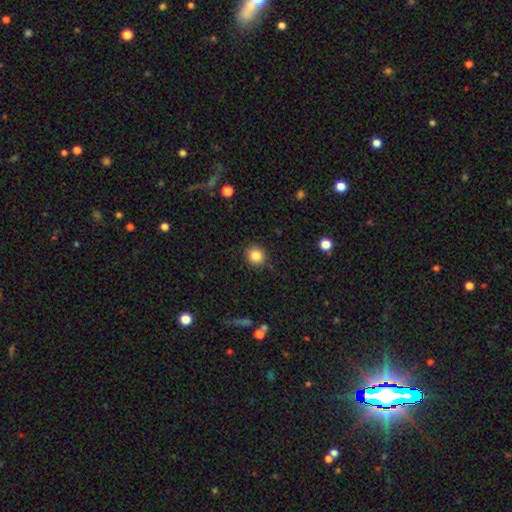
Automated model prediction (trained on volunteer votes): This appears to be a smooth galaxy with no disk features (84%) that is round (87%). Merging: none (89%).